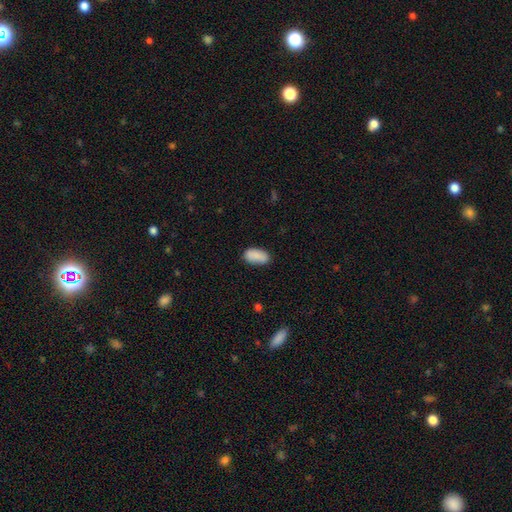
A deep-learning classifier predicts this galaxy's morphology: smooth-or-featured: smooth: 87% | star or artifact: 7% | featured or disk: 7%
  how-rounded: in between: 94% | round: 3% | cigar-shaped: 3%
  merging: none: 77% | minor disturbance: 18% | major disturbance: 3% | merger: 2%